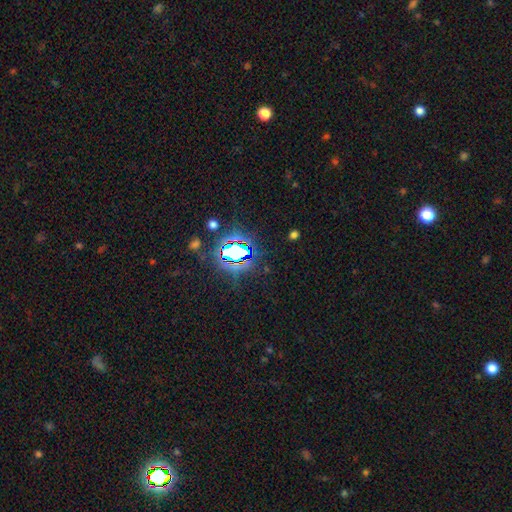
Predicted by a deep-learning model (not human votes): Smooth or featured? star or artifact (80%)